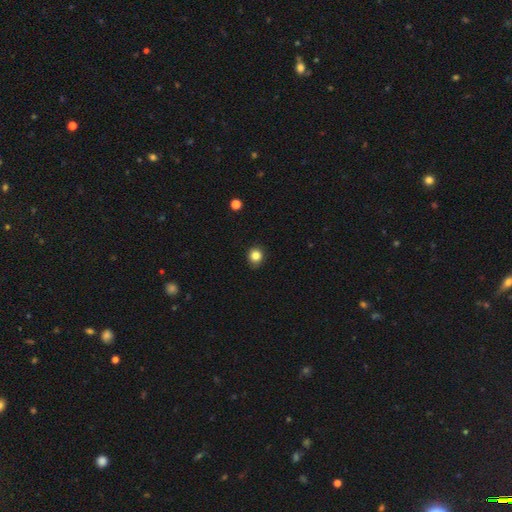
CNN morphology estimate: This is clearly a smooth galaxy (84%). How rounded: clearly round (83%). Merging: clearly none (89%).